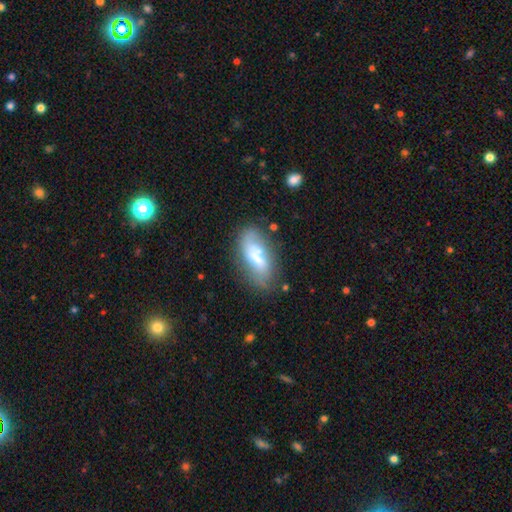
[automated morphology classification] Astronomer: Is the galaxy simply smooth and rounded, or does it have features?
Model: smooth — 54% (runner-up: featured or disk, 37%).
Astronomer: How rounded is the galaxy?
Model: in between — 82%.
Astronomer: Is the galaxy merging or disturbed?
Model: none — 55%.